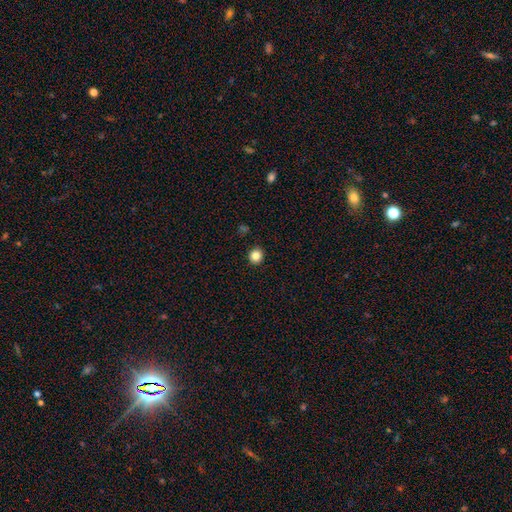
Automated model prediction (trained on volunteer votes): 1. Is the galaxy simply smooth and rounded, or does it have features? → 83% smooth, 12% star or artifact, 5% featured or disk.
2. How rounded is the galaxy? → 89% round, 10% in between, 1% cigar-shaped.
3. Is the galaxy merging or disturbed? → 92% none, 5% minor disturbance, 2% major disturbance, 1% merger.